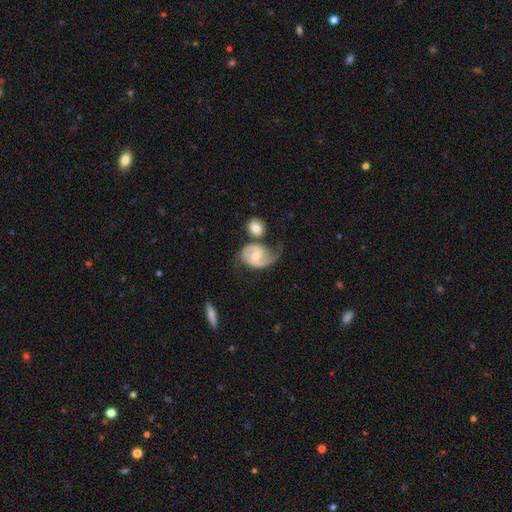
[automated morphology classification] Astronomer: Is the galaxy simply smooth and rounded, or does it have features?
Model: featured or disk — 83%.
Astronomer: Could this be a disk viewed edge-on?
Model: no — 98%.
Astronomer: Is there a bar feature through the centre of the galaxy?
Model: no — 47% (runner-up: weak, 42%).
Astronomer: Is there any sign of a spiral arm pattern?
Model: yes — 95%.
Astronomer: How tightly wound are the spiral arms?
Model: medium — 50% (runner-up: tight, 26%).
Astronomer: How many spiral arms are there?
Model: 2 — 83%.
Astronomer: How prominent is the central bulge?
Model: moderate — 63%.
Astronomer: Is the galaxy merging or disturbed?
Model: none — 45% (runner-up: minor disturbance, 21%).